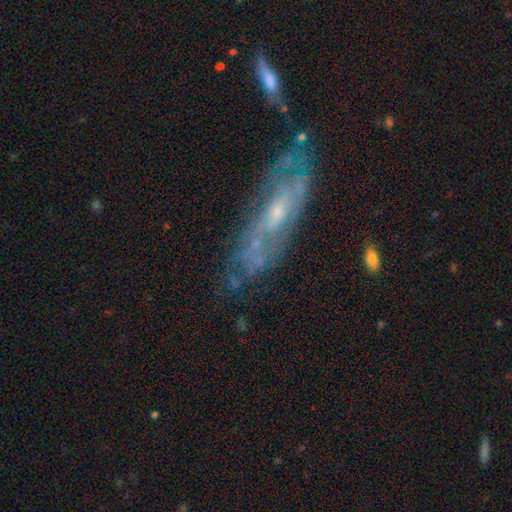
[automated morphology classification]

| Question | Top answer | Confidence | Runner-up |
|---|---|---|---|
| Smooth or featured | featured or disk | 67% | smooth (25%) |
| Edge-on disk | no | 73% | yes (27%) |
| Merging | none | 62% | minor disturbance (22%) |